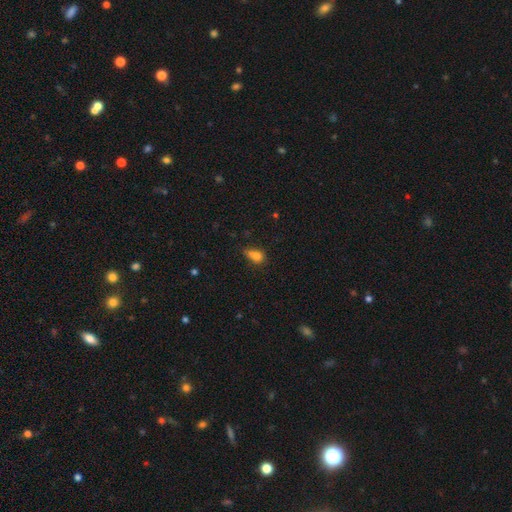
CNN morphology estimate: Smooth or featured: smooth — 74% (star or artifact — 13%)
How rounded: in between — 65% (round — 29%)
Merging: none — 34% (minor disturbance — 30%)